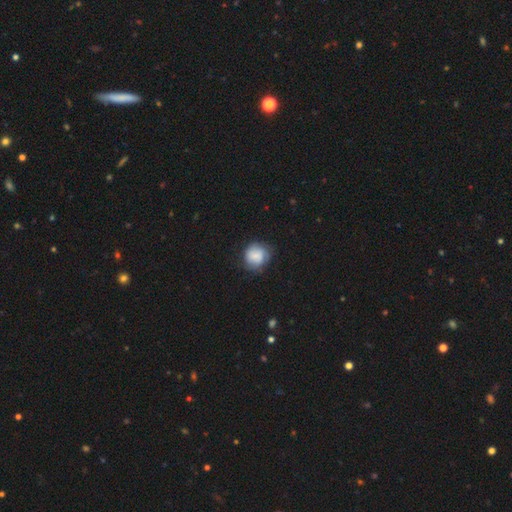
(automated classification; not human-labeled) Q: Smooth or featured?
A: smooth (65%); runner-up: featured or disk (26%)
Q: How rounded?
A: round (83%); runner-up: in between (16%)
Q: Merging?
A: none (68%); runner-up: minor disturbance (22%)